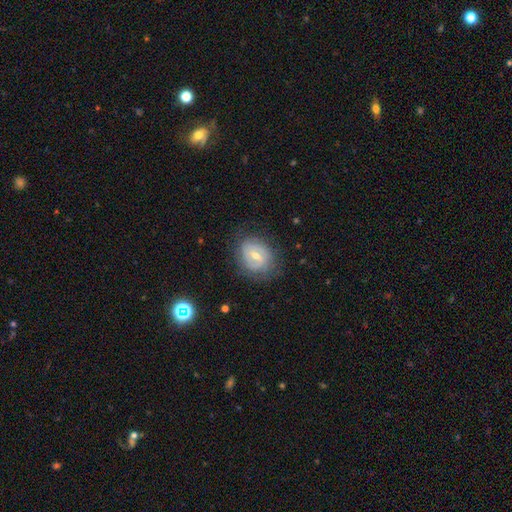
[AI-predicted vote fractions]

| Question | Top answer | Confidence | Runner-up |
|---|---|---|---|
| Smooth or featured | featured or disk | 63% | smooth (30%) |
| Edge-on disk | no | 95% | yes (5%) |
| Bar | weak | 52% | no (26%) |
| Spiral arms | yes | 64% | no (36%) |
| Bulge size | moderate | 56% | small (39%) |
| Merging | none | 75% | minor disturbance (17%) |